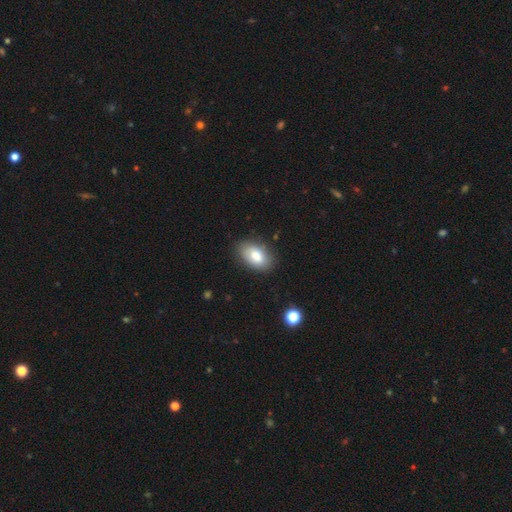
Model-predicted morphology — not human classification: Smooth or featured: smooth — 81% (featured or disk — 12%)
How rounded: in between — 92% (round — 7%)
Merging: none — 83% (minor disturbance — 13%)